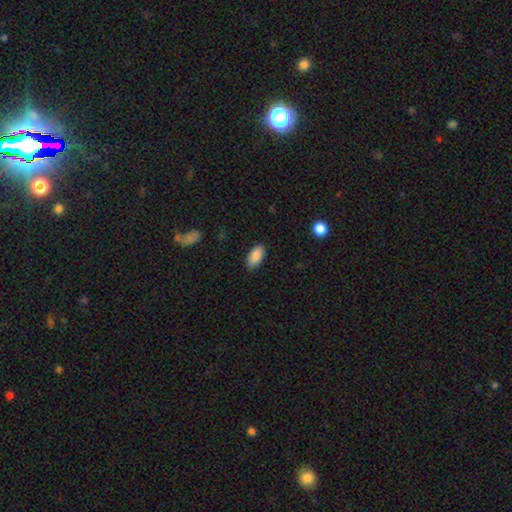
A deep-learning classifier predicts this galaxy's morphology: Smooth or featured? smooth (88%)
How rounded? in between (93%)
Merging? none (85%)